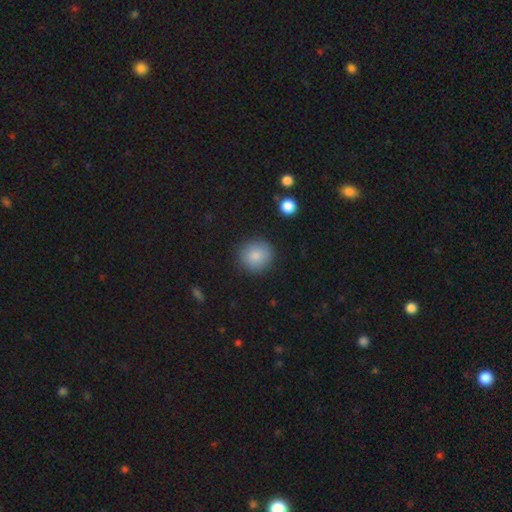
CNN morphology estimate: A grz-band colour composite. It shows a smooth galaxy with no disk features (86%) that is round (89%). Merging: none (88%).